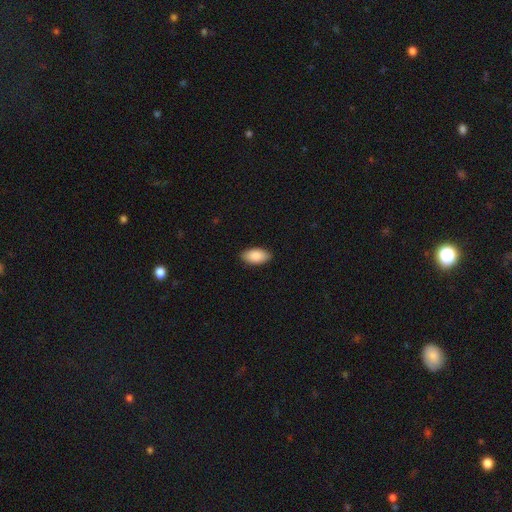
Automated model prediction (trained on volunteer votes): Q: Smooth or featured?
A: smooth (89%); runner-up: star or artifact (6%)
Q: How rounded?
A: in between (95%); runner-up: round (3%)
Q: Merging?
A: none (89%); runner-up: minor disturbance (9%)